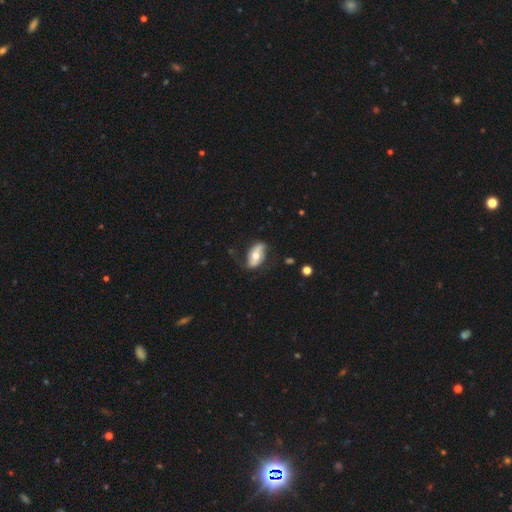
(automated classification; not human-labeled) Smooth or featured: featured or disk — 50% (smooth — 44%)
Merging: none — 68% (minor disturbance — 23%)